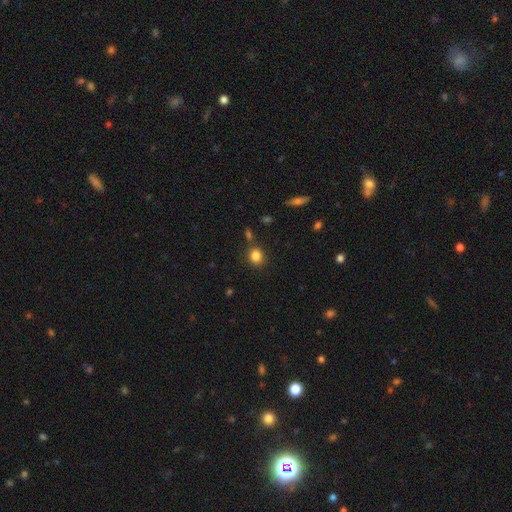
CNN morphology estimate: A smooth galaxy with no disk features (84%) that is round (69%).

Vote fractions:
- Smooth or featured? smooth: 84% / star or artifact: 11% / featured or disk: 5%
- How rounded? round: 69% / in between: 29% / cigar-shaped: 1%
- Merging? none: 78% / minor disturbance: 11% / merger: 7% / major disturbance: 3%